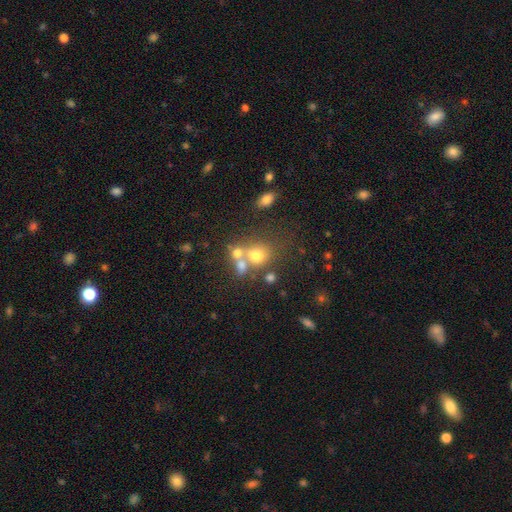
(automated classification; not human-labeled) A smooth galaxy with no disk features (61%) that is round (63%).

Vote fractions:
- Smooth or featured? smooth: 61% / featured or disk: 20% / star or artifact: 18%
- How rounded? round: 63% / in between: 36% / cigar-shaped: 1%
- Merging? merger: 45% / none: 38% / minor disturbance: 10% / major disturbance: 7%